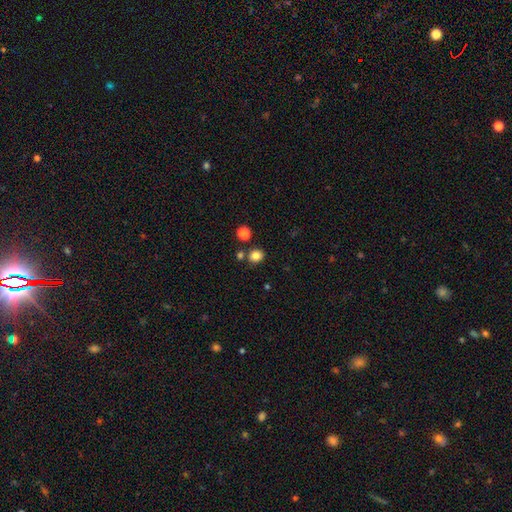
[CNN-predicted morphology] smooth-or-featured: smooth: 82% | star or artifact: 13% | featured or disk: 6%
  how-rounded: round: 75% | in between: 24% | cigar-shaped: 1%
  merging: none: 78% | merger: 10% | minor disturbance: 9% | major disturbance: 3%